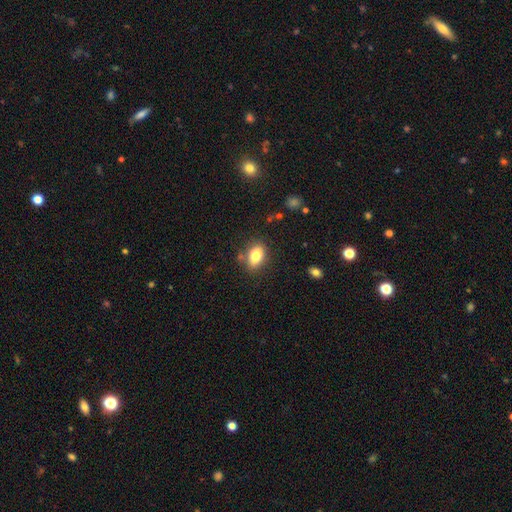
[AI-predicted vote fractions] This appears to be a smooth galaxy with no disk features (80%) that is in between round and cigar-shaped (86%). Merging: none (75%).